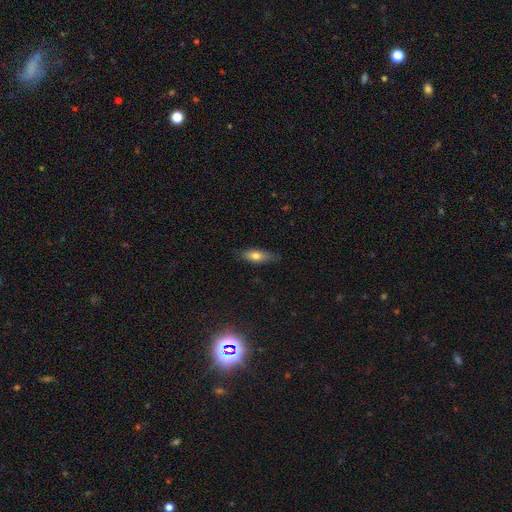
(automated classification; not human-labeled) smooth-or-featured: smooth: 71% | featured or disk: 22% | star or artifact: 8%
  how-rounded: in between: 60% | cigar-shaped: 37% | round: 3%
  merging: none: 78% | minor disturbance: 18% | major disturbance: 3% | merger: 1%